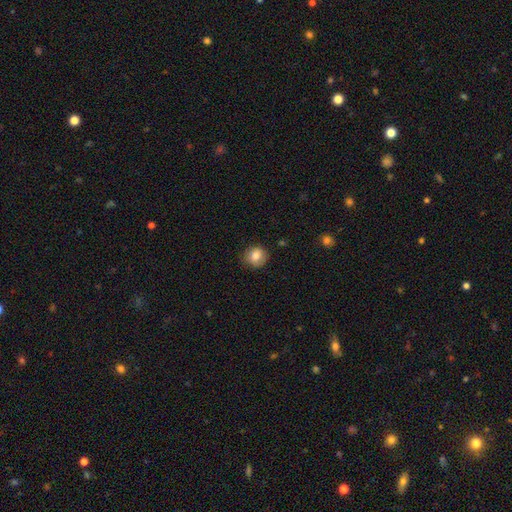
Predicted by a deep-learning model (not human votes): Q: Smooth or featured?
A: smooth (81%); runner-up: featured or disk (10%)
Q: How rounded?
A: round (86%); runner-up: in between (13%)
Q: Merging?
A: none (83%); runner-up: minor disturbance (13%)